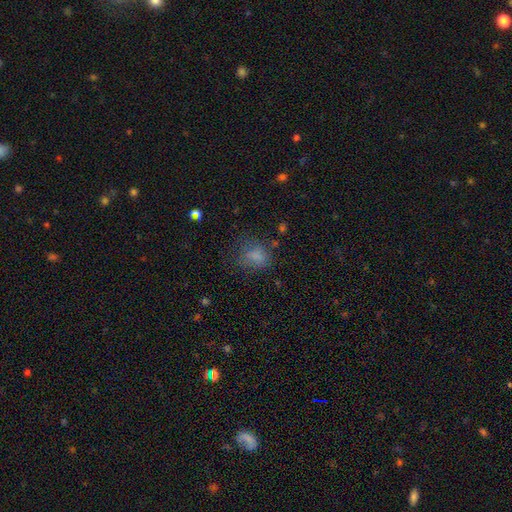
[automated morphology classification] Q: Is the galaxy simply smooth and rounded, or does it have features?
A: smooth — 70%.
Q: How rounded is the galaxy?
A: in between — 53%.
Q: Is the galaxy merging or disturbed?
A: none — 55%.